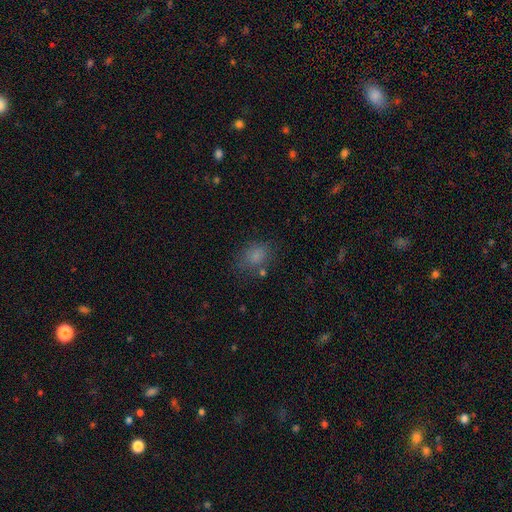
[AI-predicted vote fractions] A smooth galaxy with no disk features (78%) that is in between round and cigar-shaped (59%). Merging: none (69%).